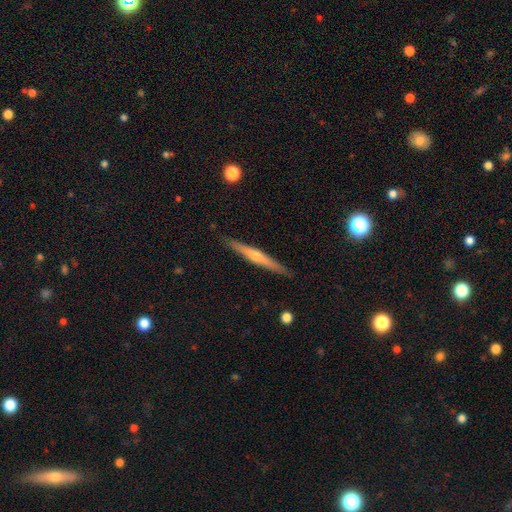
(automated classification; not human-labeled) Smooth or featured?
  - featured or disk: 67% *
  - smooth: 27%
  - star or artifact: 6%
Edge-on disk?
  - yes: 97% *
  - no: 3%
Edge-on bulge?
  - rounded: 80% *
  - none: 17%
  - boxy: 4%
Merging?
  - none: 90% *
  - minor disturbance: 7%
  - major disturbance: 1%
  - merger: 1%